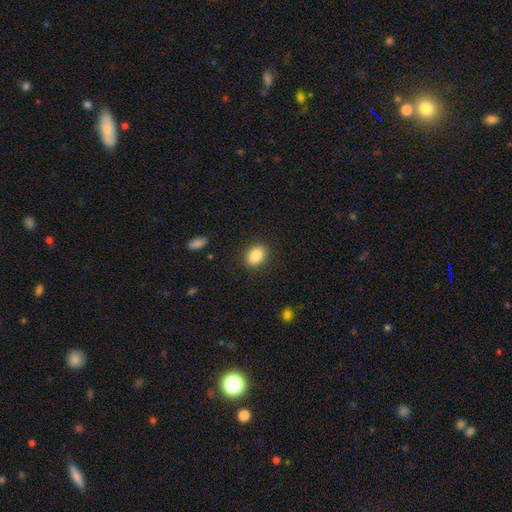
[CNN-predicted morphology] The model was most divided on "how rounded": in between: 68%, round: 31%, cigar-shaped: 1%. More confident: smooth or featured — smooth (87%); merging — none (87%).